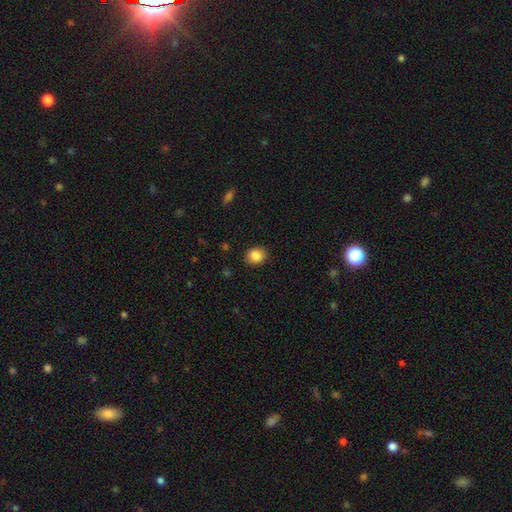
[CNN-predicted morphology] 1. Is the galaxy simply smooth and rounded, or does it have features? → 86% smooth, 9% star or artifact, 5% featured or disk.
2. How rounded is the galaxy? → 63% round, 36% in between, 1% cigar-shaped.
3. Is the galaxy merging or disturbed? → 88% none, 9% minor disturbance, 2% major disturbance, 1% merger.